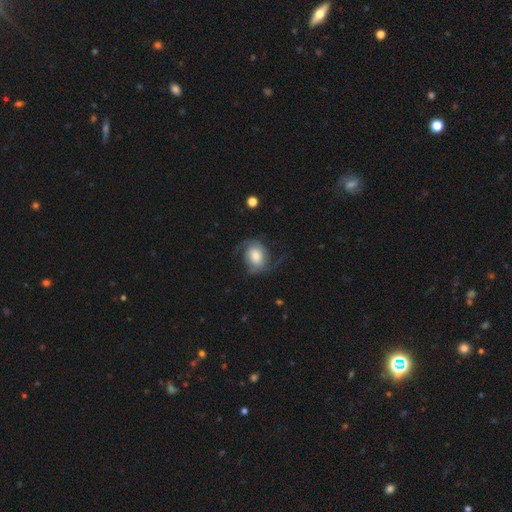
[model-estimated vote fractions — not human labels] The model was most divided on "spiral winding": loose: 42%, medium: 41%, tight: 17%. Remaining: edge-on disk — no (97%); spiral arms — yes (91%); spiral arm count — 2 (84%); smooth or featured — featured or disk (66%); bar — no (65%); merging — none (61%); bulge size — moderate (42%).